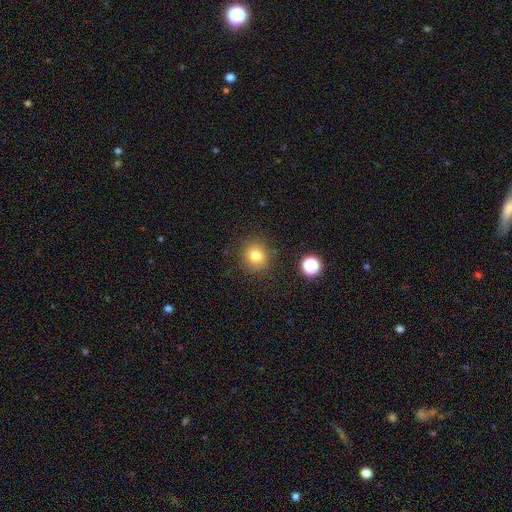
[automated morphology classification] Q: Smooth or featured?
A: smooth (78%); runner-up: star or artifact (14%)
Q: How rounded?
A: round (89%); runner-up: in between (10%)
Q: Merging?
A: none (87%); runner-up: minor disturbance (8%)